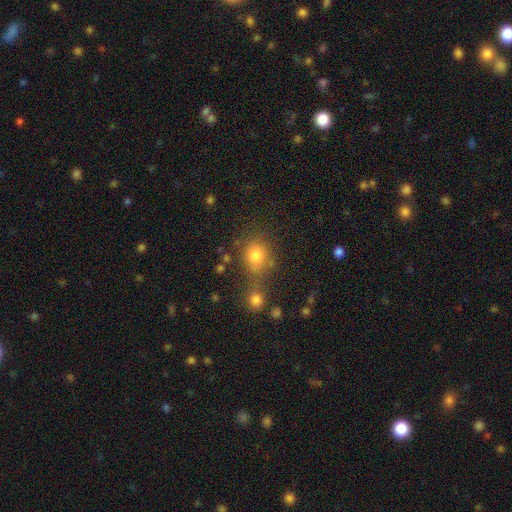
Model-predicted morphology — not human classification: A smooth galaxy with no disk features (77%) that is round (68%).

Vote fractions:
- Smooth or featured? smooth: 77% / star or artifact: 15% / featured or disk: 8%
- How rounded? round: 68% / in between: 30% / cigar-shaped: 1%
- Merging? none: 57% / merger: 24% / minor disturbance: 13% / major disturbance: 6%